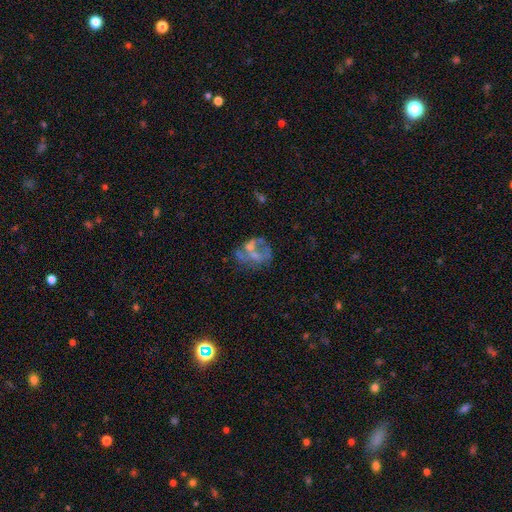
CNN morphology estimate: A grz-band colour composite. It shows a featured or disk galaxy (61%) with no bar (84%), no spiral arms (85%) and no central bulge (46%). Merging: none (38%).